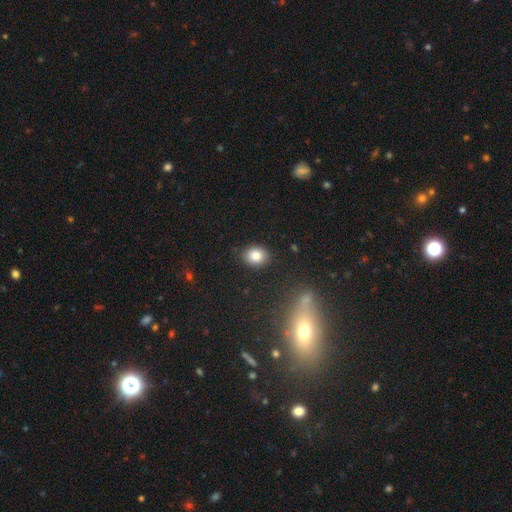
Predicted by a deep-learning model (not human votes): smooth 83%, star or artifact 9%, featured or disk 7%. Down the decision tree: how rounded — round (53%); merging — none (88%).